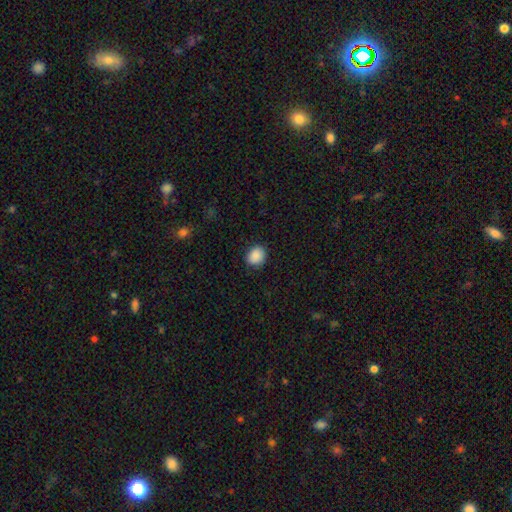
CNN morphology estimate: This is clearly a smooth galaxy (89%). How rounded: likely round (71%). Merging: clearly none (87%).